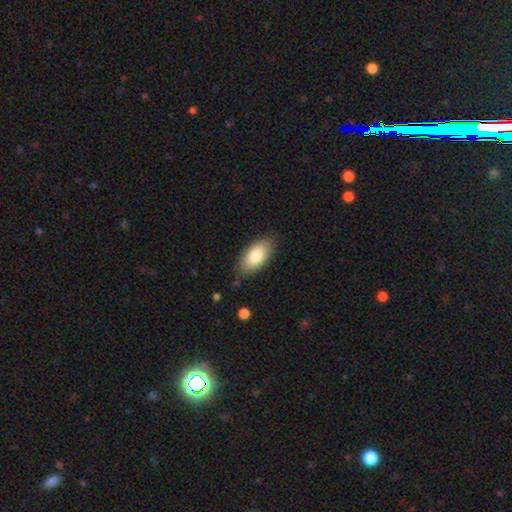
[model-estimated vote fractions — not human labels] Q: Smooth or featured?
A: smooth (82%); runner-up: featured or disk (11%)
Q: How rounded?
A: in between (92%); runner-up: cigar-shaped (5%)
Q: Merging?
A: none (83%); runner-up: minor disturbance (13%)